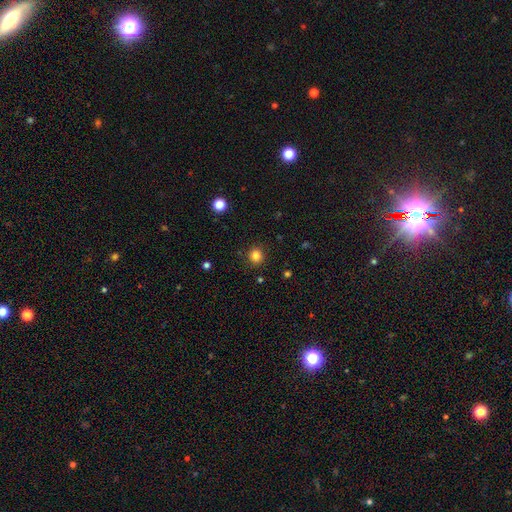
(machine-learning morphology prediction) smooth-or-featured: smooth: 83% | star or artifact: 12% | featured or disk: 4%
  how-rounded: round: 88% | in between: 11% | cigar-shaped: 1%
  merging: none: 90% | minor disturbance: 7% | major disturbance: 2% | merger: 1%